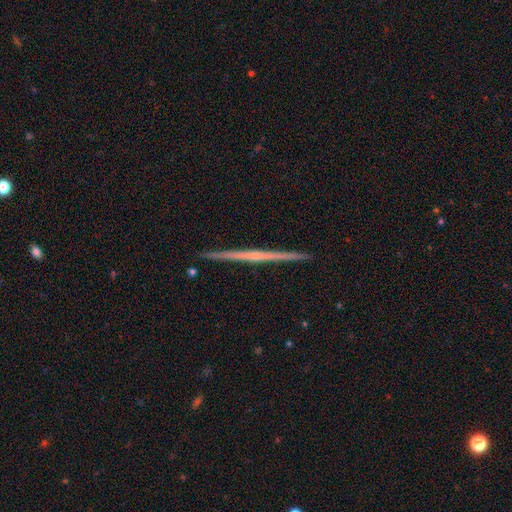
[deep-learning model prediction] Q: Smooth or featured?
A: featured or disk (78%); runner-up: smooth (17%)
Q: Edge-on disk?
A: yes (99%); runner-up: no (1%)
Q: Edge-on bulge?
A: none (55%); runner-up: rounded (39%)
Q: Merging?
A: none (93%); runner-up: minor disturbance (5%)